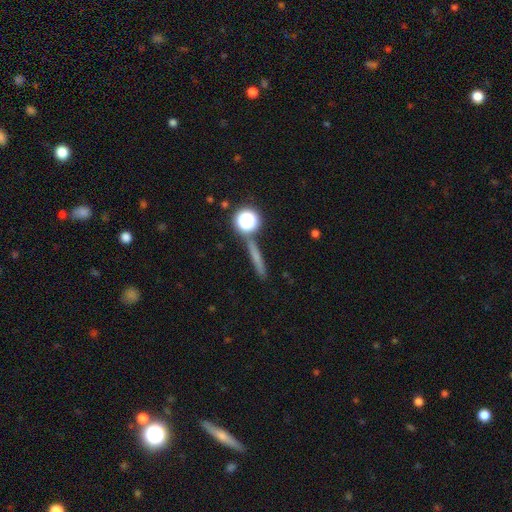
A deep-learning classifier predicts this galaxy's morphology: Overall: smooth (59%; featured or disk 23%). How rounded: cigar-shaped (76%). Merging: none (82%).